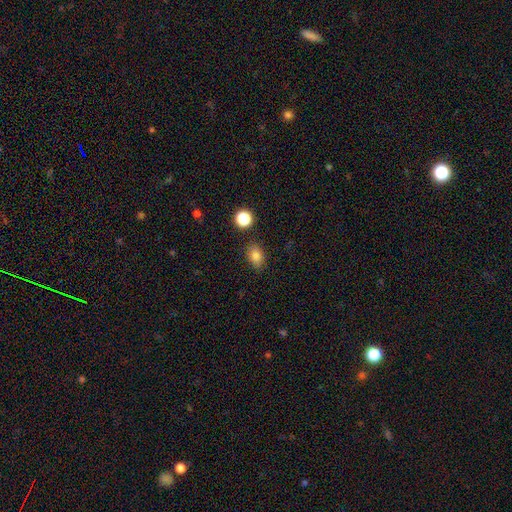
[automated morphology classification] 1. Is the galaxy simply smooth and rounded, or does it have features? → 81% smooth, 12% star or artifact, 7% featured or disk.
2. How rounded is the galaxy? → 75% in between, 23% round, 1% cigar-shaped.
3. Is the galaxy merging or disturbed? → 83% none, 12% minor disturbance, 3% major disturbance, 3% merger.